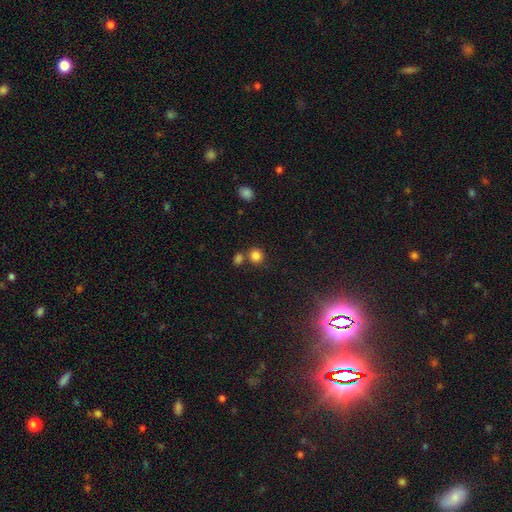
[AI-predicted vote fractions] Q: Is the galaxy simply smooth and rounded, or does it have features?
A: smooth — 82%.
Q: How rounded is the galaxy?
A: round — 85%.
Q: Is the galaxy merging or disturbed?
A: none — 65%.